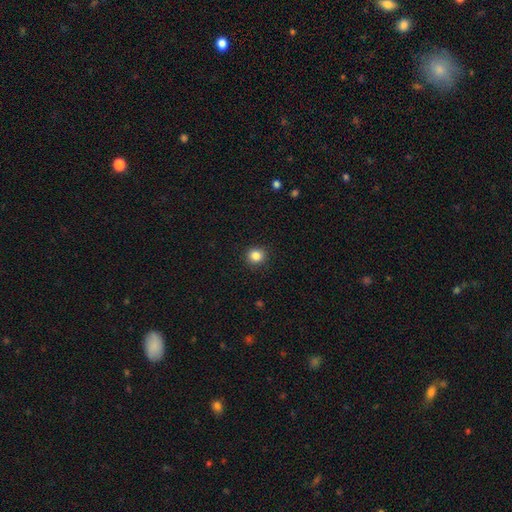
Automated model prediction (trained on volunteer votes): Smooth or featured? smooth (85%)
How rounded? round (91%)
Merging? none (91%)